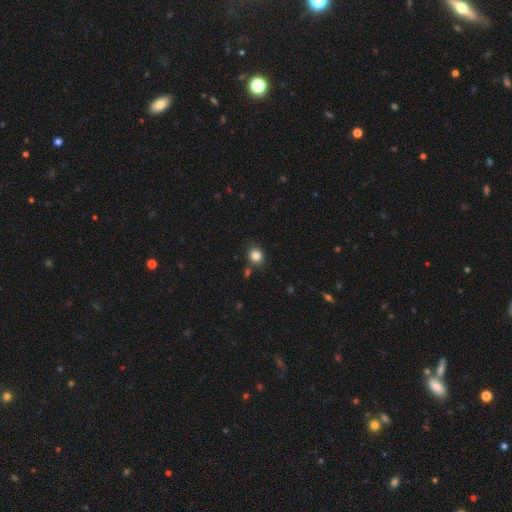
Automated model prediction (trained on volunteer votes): smooth-or-featured: smooth: 84% | star or artifact: 11% | featured or disk: 5%
  how-rounded: round: 79% | in between: 20% | cigar-shaped: 1%
  merging: none: 82% | minor disturbance: 10% | merger: 5% | major disturbance: 3%